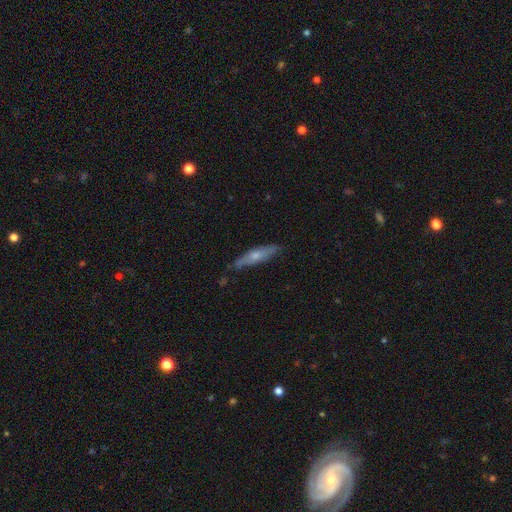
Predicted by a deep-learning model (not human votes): The model was most divided on "smooth or featured": smooth: 48%, featured or disk: 46%, star or artifact: 6%. More confident: merging — none (77%).